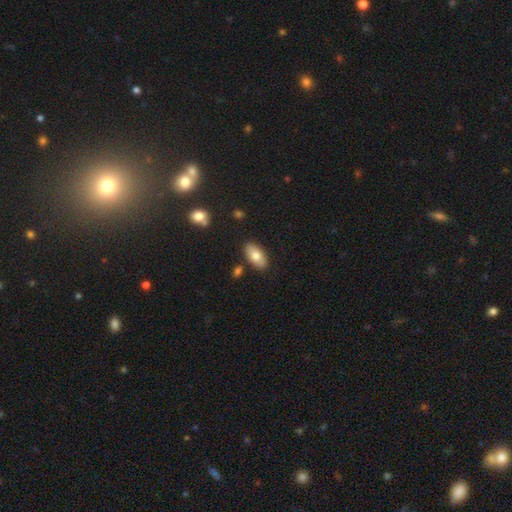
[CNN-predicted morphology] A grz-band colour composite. It shows a smooth galaxy with no disk features (76%) that is in between round and cigar-shaped (92%). Merging: none (84%).